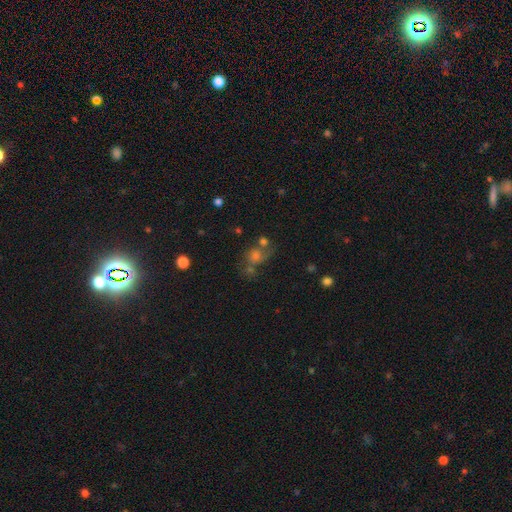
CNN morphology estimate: This is possibly a smooth galaxy (52%). How rounded: likely round (68%). Merging: marginally none (41%).